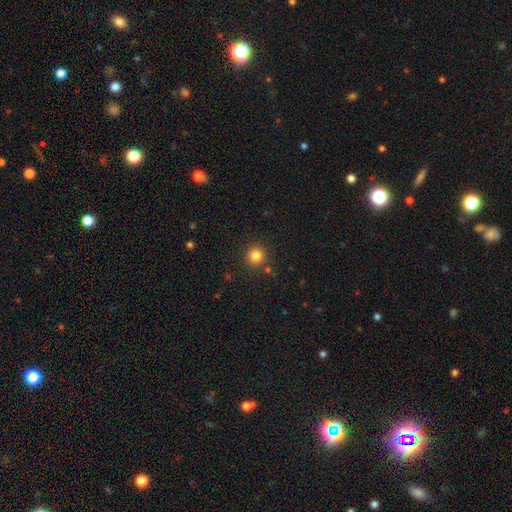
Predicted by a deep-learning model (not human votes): A smooth galaxy with no disk features (84%) that is round (94%). Merging: none (88%).